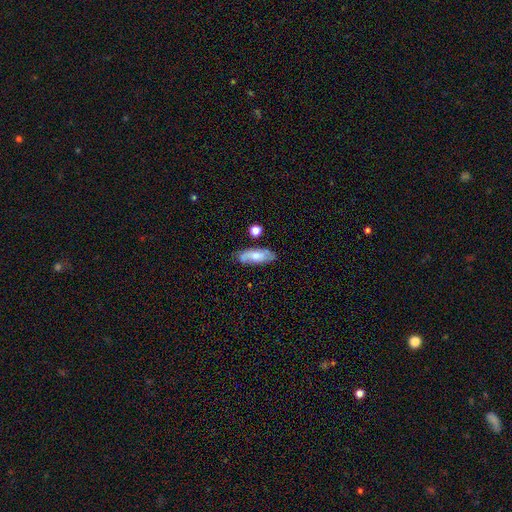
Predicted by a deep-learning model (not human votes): Overall: smooth (52%; featured or disk 41%). How rounded: in between (72%). Merging: none (70%).